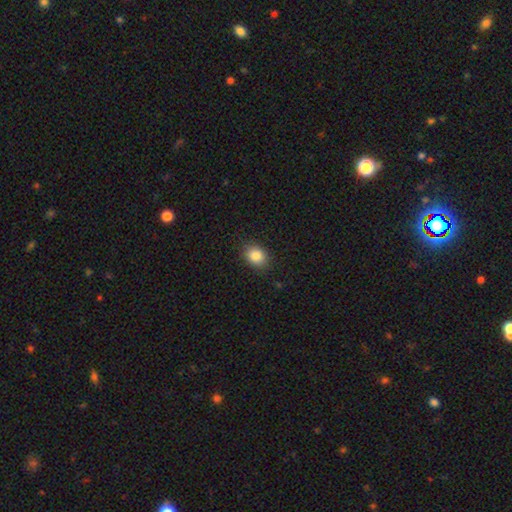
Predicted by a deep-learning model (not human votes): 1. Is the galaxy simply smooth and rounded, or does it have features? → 87% smooth, 9% star or artifact, 5% featured or disk.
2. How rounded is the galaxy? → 57% in between, 42% round, 1% cigar-shaped.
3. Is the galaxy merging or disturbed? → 87% none, 10% minor disturbance, 3% major disturbance, 1% merger.